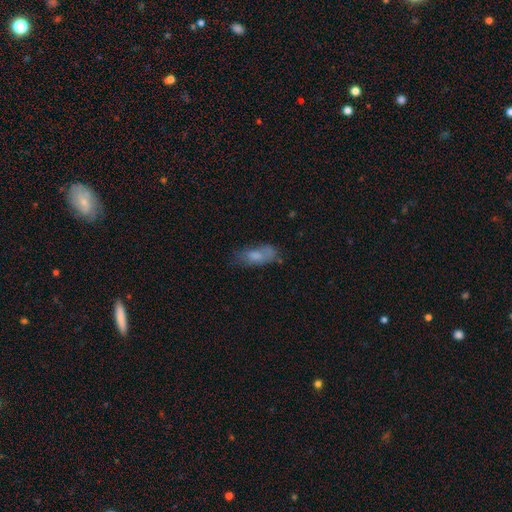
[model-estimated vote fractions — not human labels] This appears to be a smooth galaxy with no disk features (62%) that is in between round and cigar-shaped (70%). Merging: none (52%).